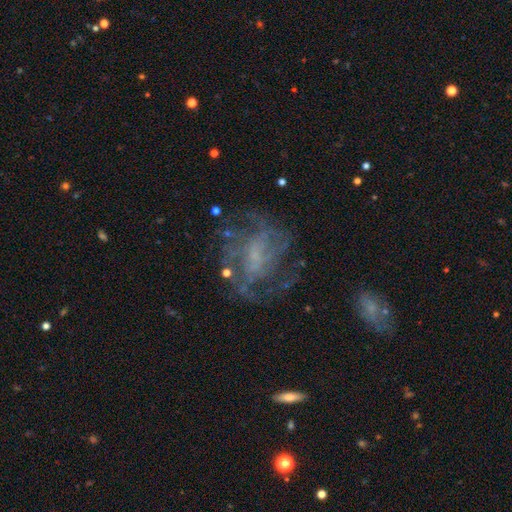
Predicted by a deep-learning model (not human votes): smooth-or-featured: featured or disk: 70% | smooth: 16% | star or artifact: 14%
  disk-edge-on: no: 97% | yes: 3%
    bar: no: 55% | weak: 35% | strong: 10%
    has-spiral-arms: yes: 69% | no: 31%
    bulge-size: none: 44% | small: 36% | moderate: 16% | large: 3% | dominant: 1%
  merging: none: 55% | major disturbance: 24% | minor disturbance: 18% | merger: 3%